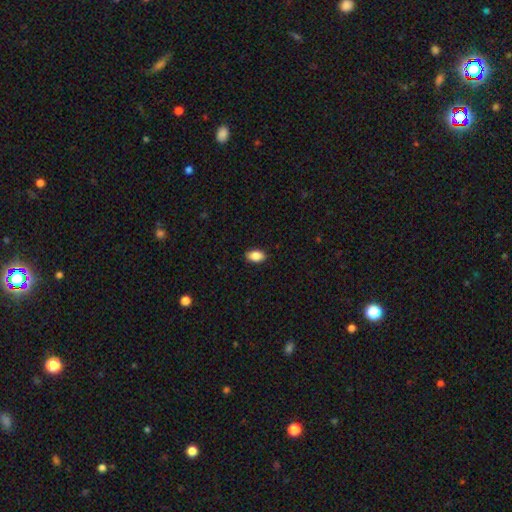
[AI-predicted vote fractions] This is clearly a smooth galaxy (87%). How rounded: clearly in between (90%). Merging: clearly none (88%).